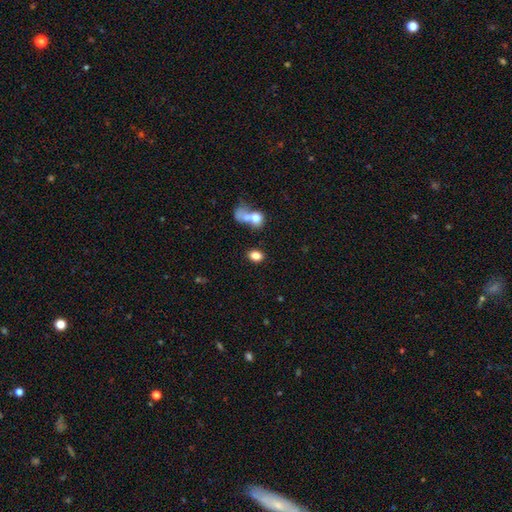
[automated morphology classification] The model was most divided on "how rounded": in between: 67%, round: 31%, cigar-shaped: 2%. More confident: smooth or featured — smooth (82%); merging — none (73%).